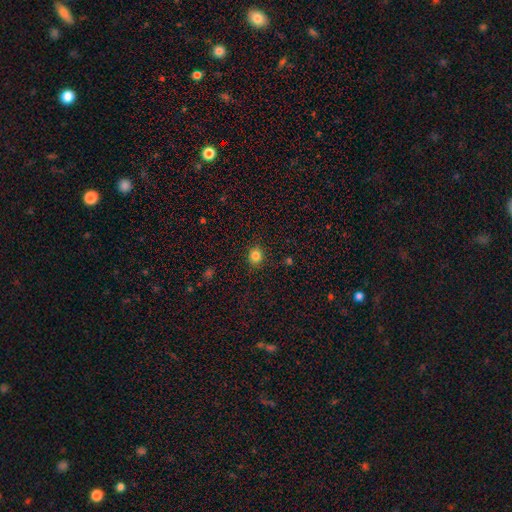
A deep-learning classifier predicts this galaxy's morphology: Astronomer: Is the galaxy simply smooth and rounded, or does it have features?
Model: smooth — 83%.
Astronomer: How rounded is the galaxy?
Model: round — 79%.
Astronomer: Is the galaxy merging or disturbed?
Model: none — 90%.